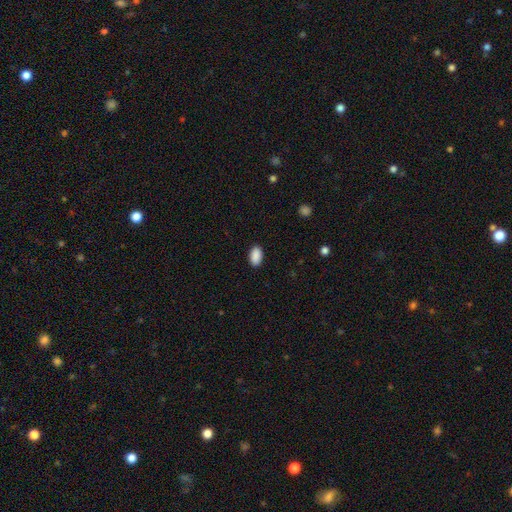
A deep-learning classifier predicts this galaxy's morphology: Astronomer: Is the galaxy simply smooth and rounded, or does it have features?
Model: smooth — 91%.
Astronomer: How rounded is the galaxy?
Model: in between — 94%.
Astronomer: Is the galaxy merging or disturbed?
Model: none — 89%.